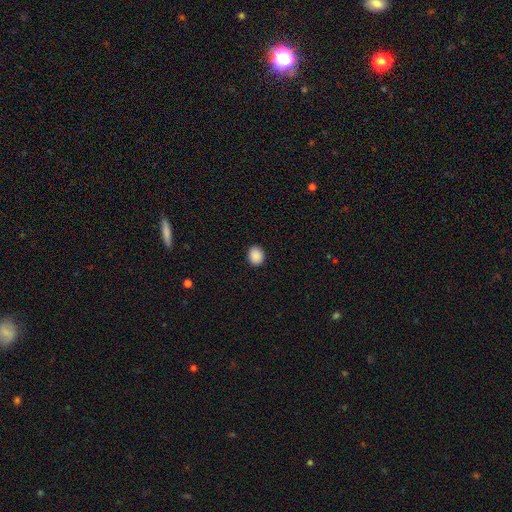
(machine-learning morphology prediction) Smooth or featured? Predicted: smooth (p=0.90). How rounded? Predicted: round (p=0.51). Merging? Predicted: none (p=0.90).